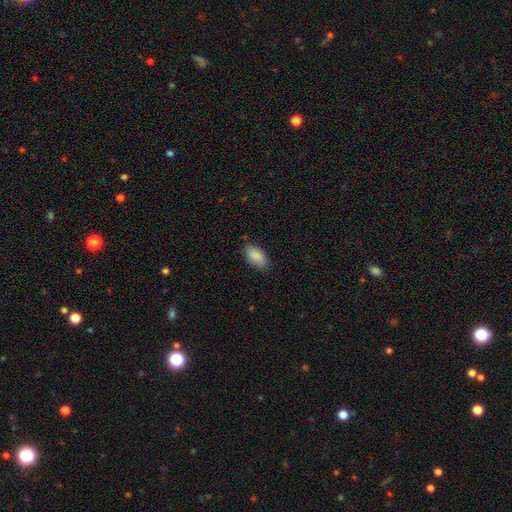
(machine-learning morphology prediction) Smooth or featured? smooth (88%)
How rounded? in between (94%)
Merging? none (80%)